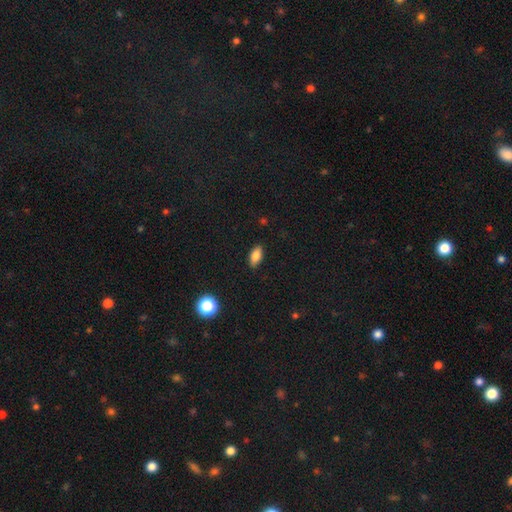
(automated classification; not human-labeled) smooth-or-featured: smooth: 81% | featured or disk: 11% | star or artifact: 9%
  how-rounded: in between: 87% | cigar-shaped: 9% | round: 4%
  merging: none: 88% | minor disturbance: 9% | major disturbance: 2% | merger: 1%